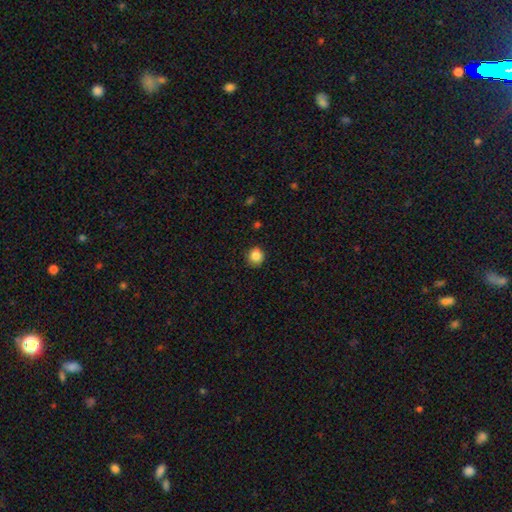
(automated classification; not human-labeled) smooth 85%, star or artifact 10%, featured or disk 5%. Down the decision tree: how rounded — round (88%); merging — none (85%).